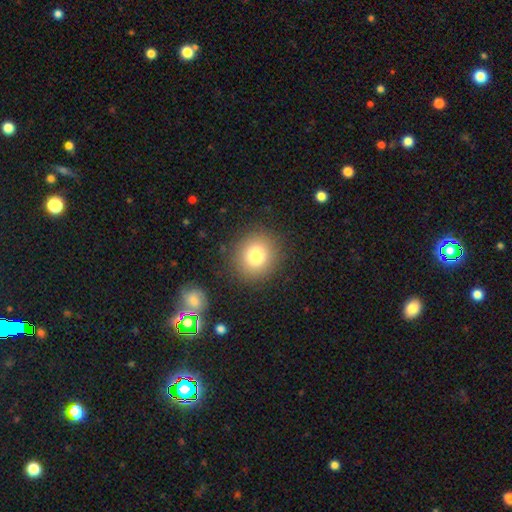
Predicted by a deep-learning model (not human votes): Q: Smooth or featured?
A: smooth (78%); runner-up: star or artifact (12%)
Q: How rounded?
A: round (88%); runner-up: in between (11%)
Q: Merging?
A: none (88%); runner-up: minor disturbance (7%)